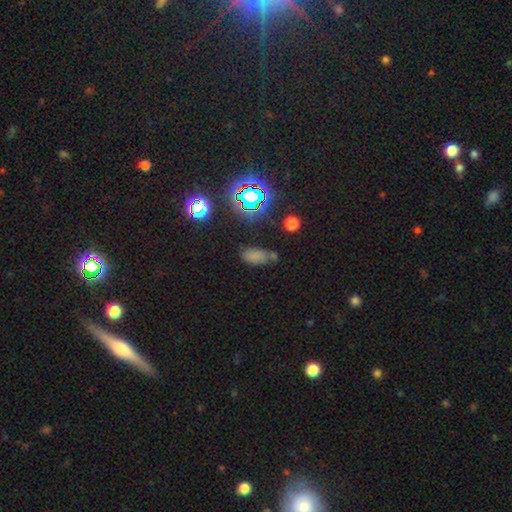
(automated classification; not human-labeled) Overall: smooth (62%; star or artifact 28%). How rounded: in between (84%). Merging: none (57%; minor disturbance 24%).